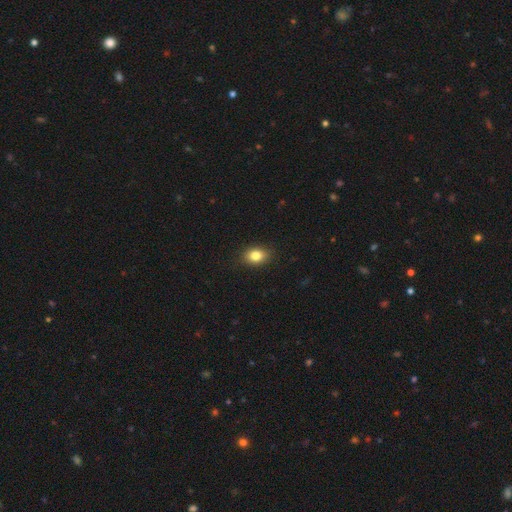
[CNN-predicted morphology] Q: Smooth or featured?
A: smooth (83%); runner-up: star or artifact (10%)
Q: How rounded?
A: in between (69%); runner-up: round (29%)
Q: Merging?
A: none (88%); runner-up: minor disturbance (9%)